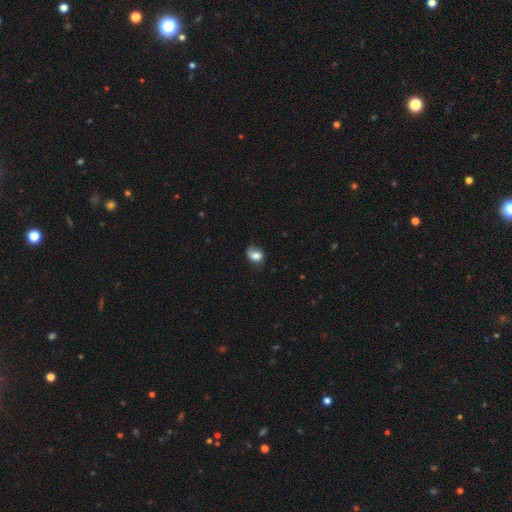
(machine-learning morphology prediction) This is likely a smooth galaxy (73%). How rounded: possibly in between (57%). Merging: possibly none (46%).